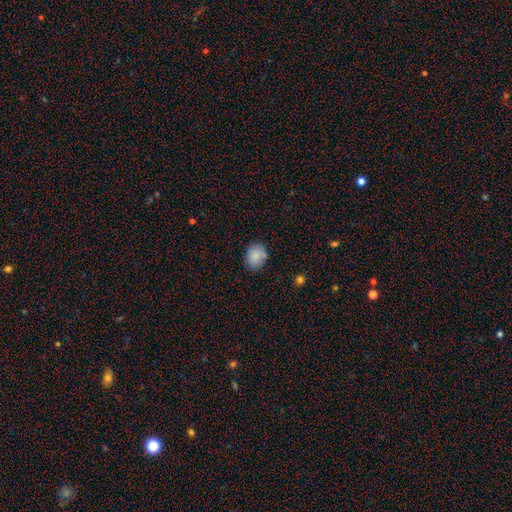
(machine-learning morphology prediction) This appears to be a smooth galaxy with no disk features (87%) that is in between round and cigar-shaped (52%). Merging: none (80%).